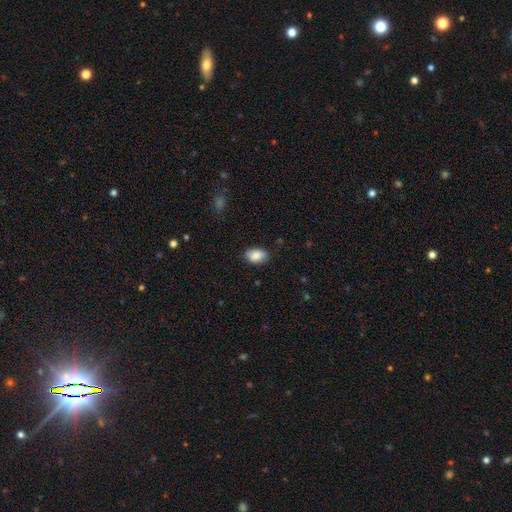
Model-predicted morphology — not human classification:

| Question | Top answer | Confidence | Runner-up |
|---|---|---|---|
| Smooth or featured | smooth | 86% | star or artifact (7%) |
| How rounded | in between | 89% | round (10%) |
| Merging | none | 85% | minor disturbance (12%) |